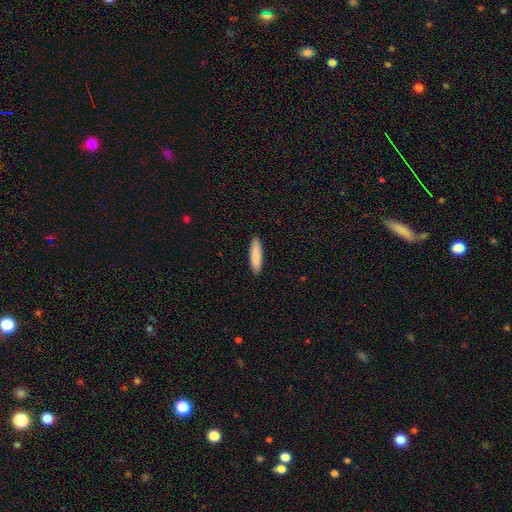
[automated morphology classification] smooth 88%, featured or disk 7%, star or artifact 5%. Down the decision tree: how rounded — cigar-shaped (75%); merging — none (91%).